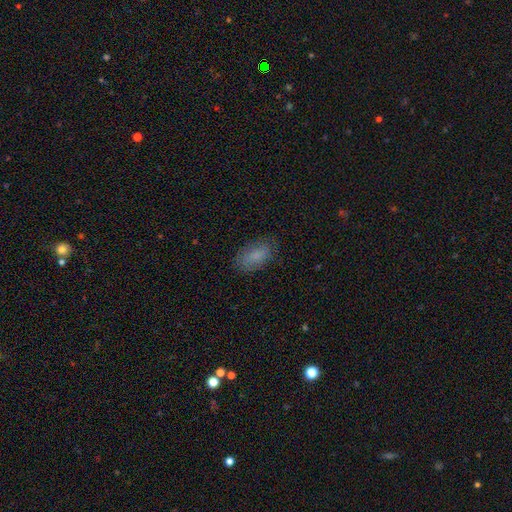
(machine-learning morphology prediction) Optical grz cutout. It shows a smooth galaxy with no disk features (80%) that is in between round and cigar-shaped (92%). Merging: none (79%).